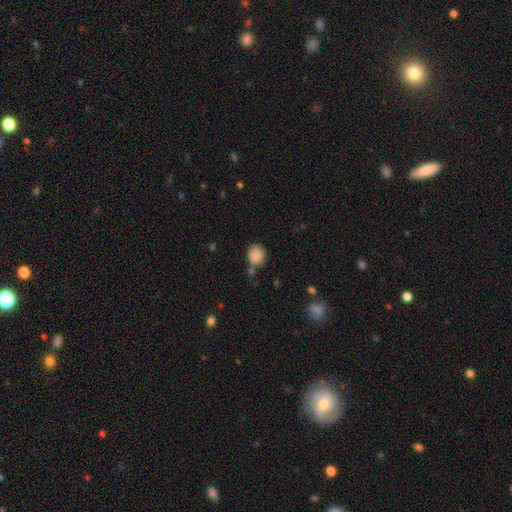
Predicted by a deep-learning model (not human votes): A smooth galaxy with no disk features (87%) that is round (81%).

Vote fractions:
- Smooth or featured? smooth: 87% / star or artifact: 9% / featured or disk: 4%
- How rounded? round: 81% / in between: 18% / cigar-shaped: 1%
- Merging? none: 66% / minor disturbance: 18% / merger: 11% / major disturbance: 5%